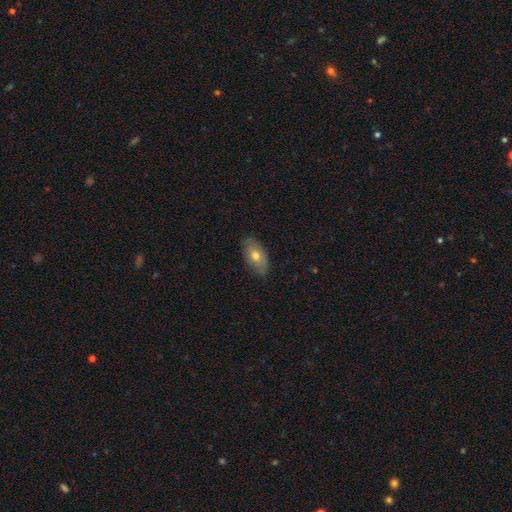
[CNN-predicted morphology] Smooth or featured? smooth (71%)
How rounded? in between (91%)
Merging? none (82%)